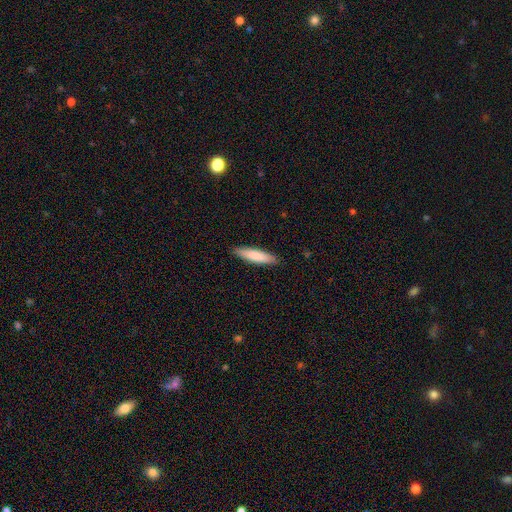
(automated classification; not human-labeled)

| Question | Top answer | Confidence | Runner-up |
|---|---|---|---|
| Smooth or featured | smooth | 82% | featured or disk (13%) |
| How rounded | cigar-shaped | 77% | in between (21%) |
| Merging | none | 89% | minor disturbance (8%) |